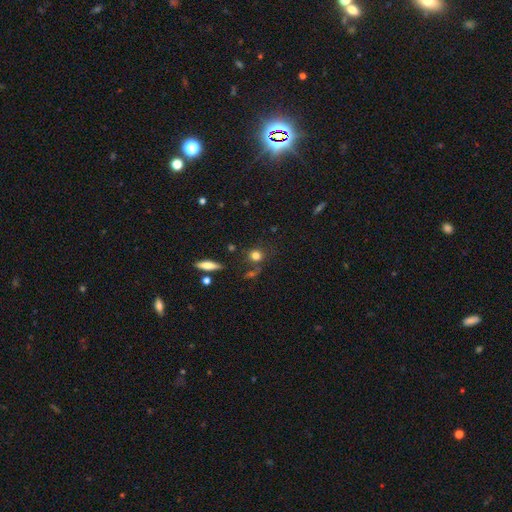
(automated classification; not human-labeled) The model was most divided on "merging": none: 69%, minor disturbance: 14%, merger: 12%, major disturbance: 6%. More confident: how rounded — round (80%); smooth or featured — smooth (78%).